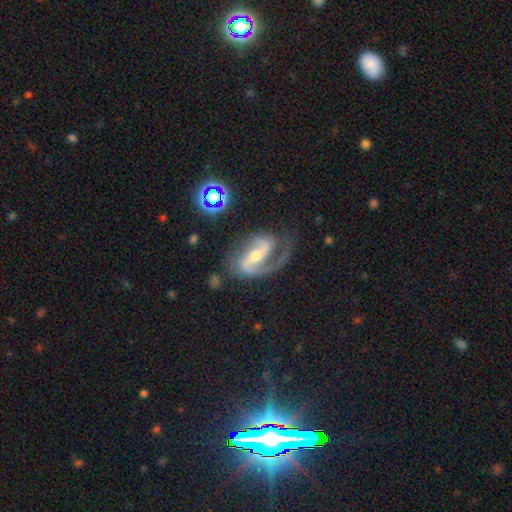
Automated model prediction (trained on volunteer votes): smooth-or-featured: featured or disk: 90% | star or artifact: 6% | smooth: 4%
  disk-edge-on: no: 97% | yes: 3%
    bar: strong: 46% | weak: 33% | no: 21%
    has-spiral-arms: yes: 97% | no: 3%
      spiral-winding: medium: 54% | loose: 28% | tight: 19%
      spiral-arm-count: 2: 80% | 1: 14% | can't tell: 3% | 3: 2% | 4: 1% | more than 4: 1%
    bulge-size: moderate: 53% | small: 43% | large: 3% | none: 1% | dominant: 1%
  merging: none: 61% | minor disturbance: 20% | major disturbance: 16% | merger: 3%